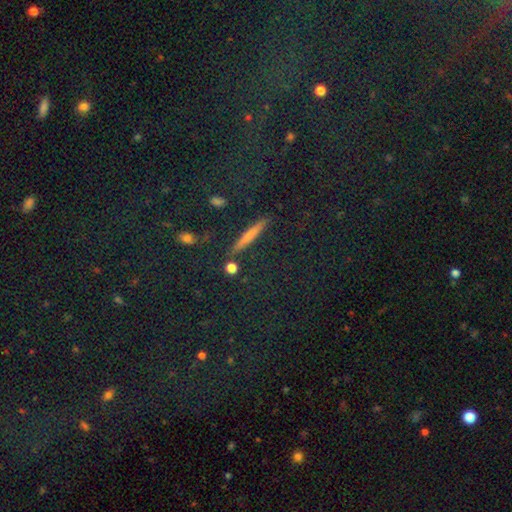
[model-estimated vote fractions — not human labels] A star or artifact, not a galaxy (48%).